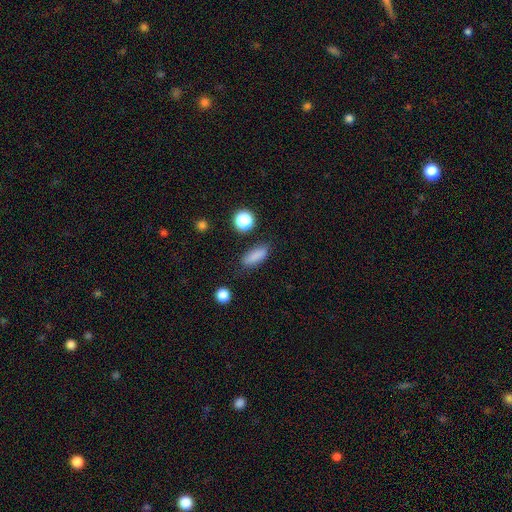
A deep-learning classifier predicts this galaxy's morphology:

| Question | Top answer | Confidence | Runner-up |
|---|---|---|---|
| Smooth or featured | smooth | 84% | star or artifact (10%) |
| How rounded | in between | 63% | cigar-shaped (32%) |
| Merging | none | 81% | minor disturbance (13%) |